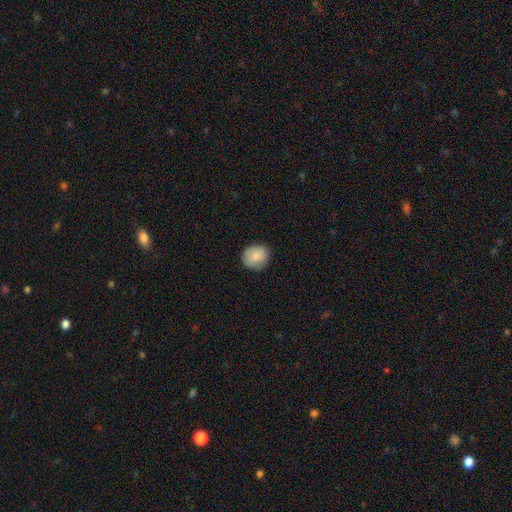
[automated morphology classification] smooth-or-featured: smooth: 86% | star or artifact: 7% | featured or disk: 6%
  how-rounded: round: 79% | in between: 20% | cigar-shaped: 1%
  merging: none: 81% | minor disturbance: 15% | major disturbance: 3% | merger: 1%